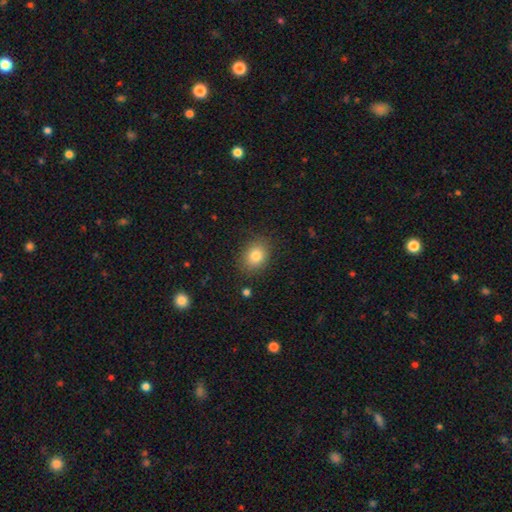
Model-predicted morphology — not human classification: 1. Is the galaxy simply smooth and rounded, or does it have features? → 82% smooth, 10% star or artifact, 8% featured or disk.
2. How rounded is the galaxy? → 51% round, 48% in between, 1% cigar-shaped.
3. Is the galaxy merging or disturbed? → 86% none, 10% minor disturbance, 3% major disturbance, 1% merger.